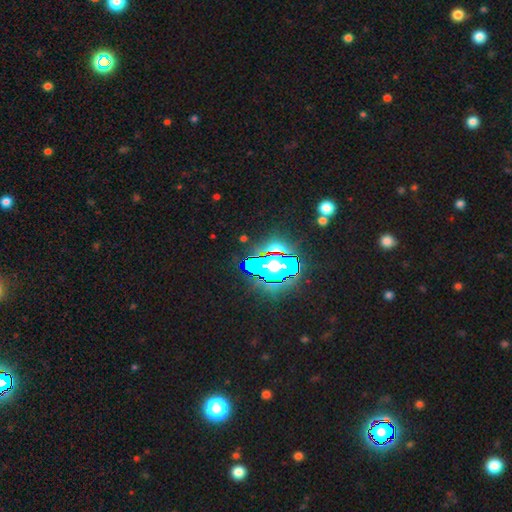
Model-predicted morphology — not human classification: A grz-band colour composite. It shows a star or artifact, not a galaxy (78%).